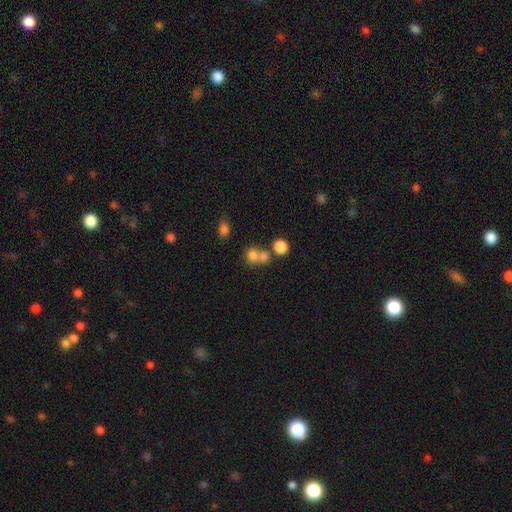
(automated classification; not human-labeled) Smooth or featured? smooth (74%)
How rounded? round (77%)
Merging? merger (46%)